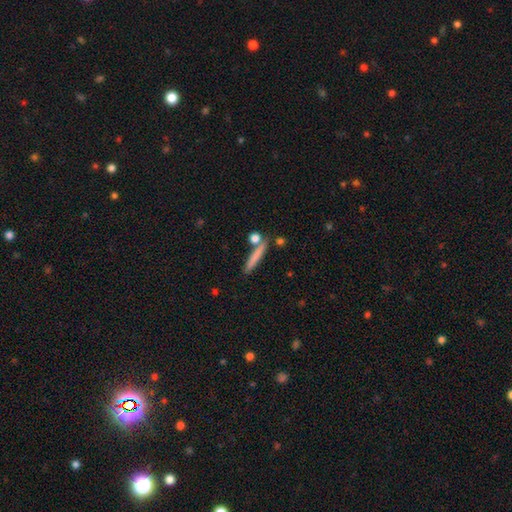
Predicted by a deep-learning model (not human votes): Smooth or featured? Predicted: smooth (p=0.74). How rounded? Predicted: cigar-shaped (p=0.88). Merging? Predicted: none (p=0.76).